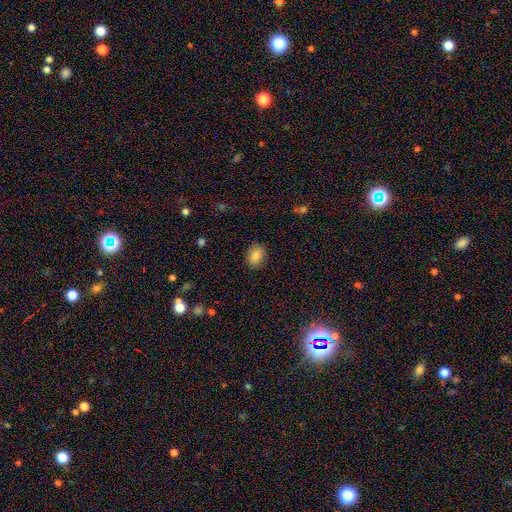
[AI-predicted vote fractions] smooth-or-featured: smooth: 85% | star or artifact: 9% | featured or disk: 7%
  how-rounded: in between: 73% | round: 26% | cigar-shaped: 1%
  merging: none: 86% | minor disturbance: 10% | major disturbance: 3% | merger: 1%